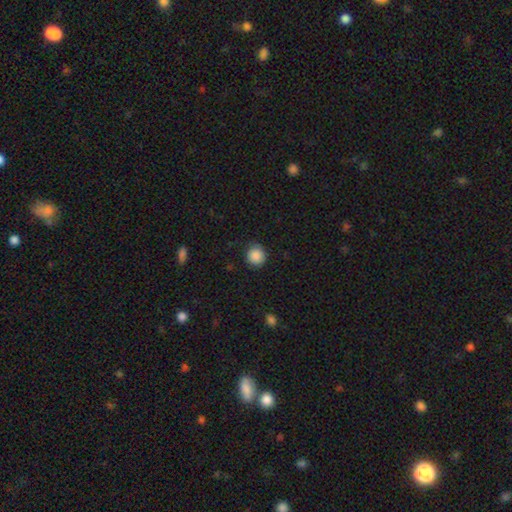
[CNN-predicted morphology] Smooth or featured: smooth — 88% (star or artifact — 9%)
How rounded: round — 91% (in between — 8%)
Merging: none — 84% (minor disturbance — 12%)